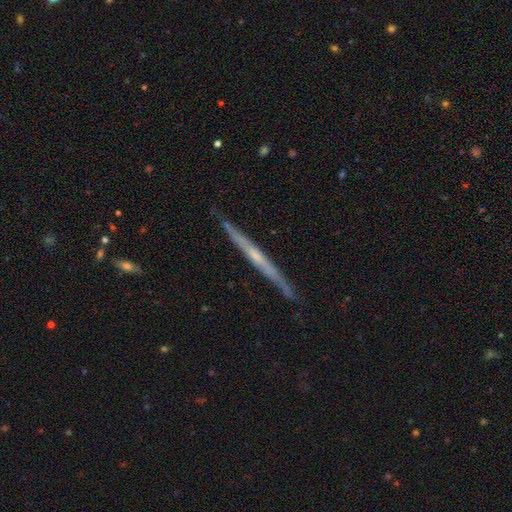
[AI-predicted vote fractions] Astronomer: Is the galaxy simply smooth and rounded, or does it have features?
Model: featured or disk — 72%.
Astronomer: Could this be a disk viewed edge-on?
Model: yes — 97%.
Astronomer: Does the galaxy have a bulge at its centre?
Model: none — 59% (runner-up: rounded, 34%).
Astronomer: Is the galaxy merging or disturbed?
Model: none — 88%.